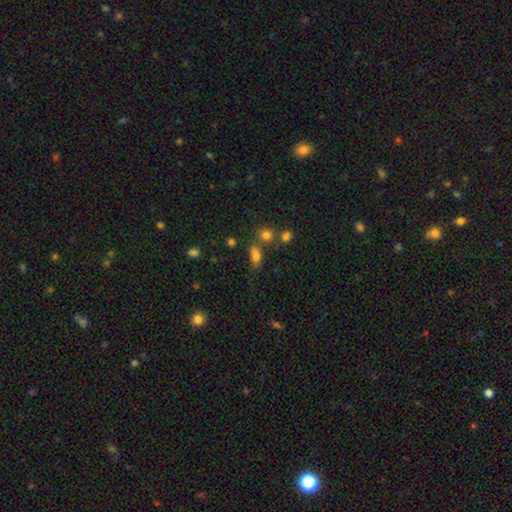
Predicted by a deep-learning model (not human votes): Smooth or featured: smooth — 74% (star or artifact — 17%)
How rounded: in between — 75% (round — 18%)
Merging: none — 52% (minor disturbance — 20%)